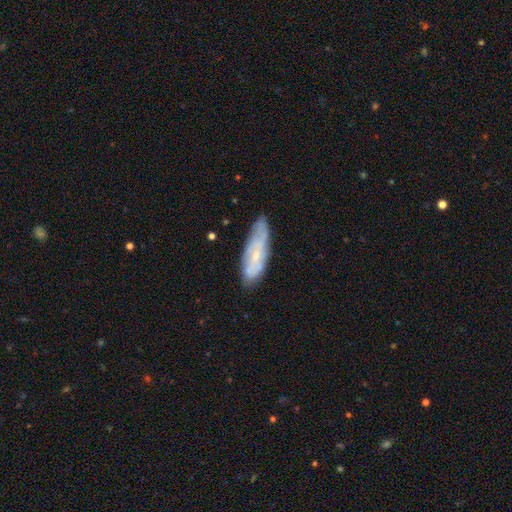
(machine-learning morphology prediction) The model was most divided on "smooth or featured": featured or disk: 56%, smooth: 37%, star or artifact: 8%. More confident: edge-on disk — no (76%); merging — none (72%).